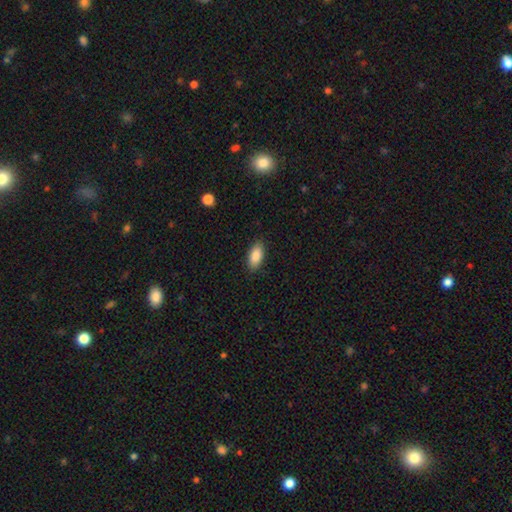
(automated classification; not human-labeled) This appears to be a smooth galaxy with no disk features (88%) that is in between round and cigar-shaped (91%). Merging: none (88%).